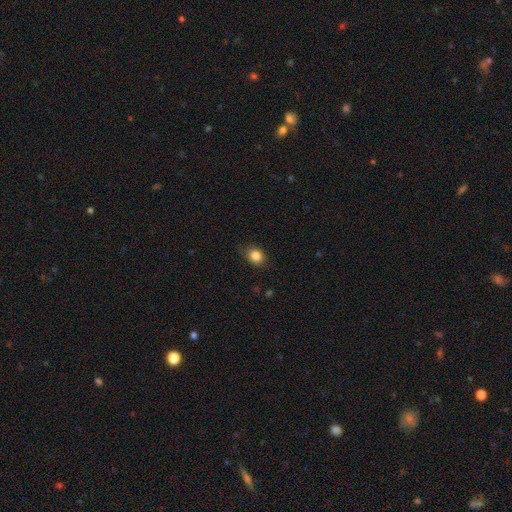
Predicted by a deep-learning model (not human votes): smooth_or_featured: smooth (p=0.84) [alt: star or artifact p=0.10]
how_rounded: round (p=0.54) [alt: in between p=0.45]
merging: none (p=0.81) [alt: minor disturbance p=0.15]